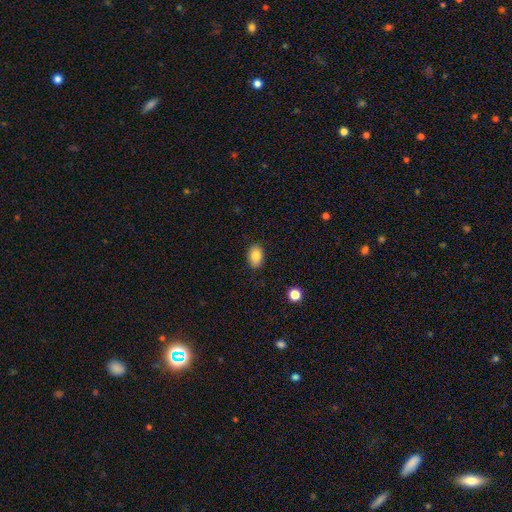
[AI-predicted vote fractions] Q: Smooth or featured?
A: smooth (83%); runner-up: featured or disk (9%)
Q: How rounded?
A: in between (86%); runner-up: round (13%)
Q: Merging?
A: none (88%); runner-up: minor disturbance (9%)